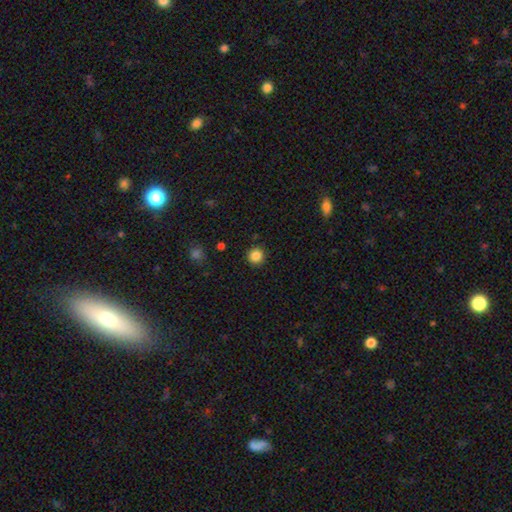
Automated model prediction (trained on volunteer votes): Smooth or featured: smooth — 84% (star or artifact — 11%)
How rounded: round — 94% (in between — 5%)
Merging: none — 92% (minor disturbance — 5%)